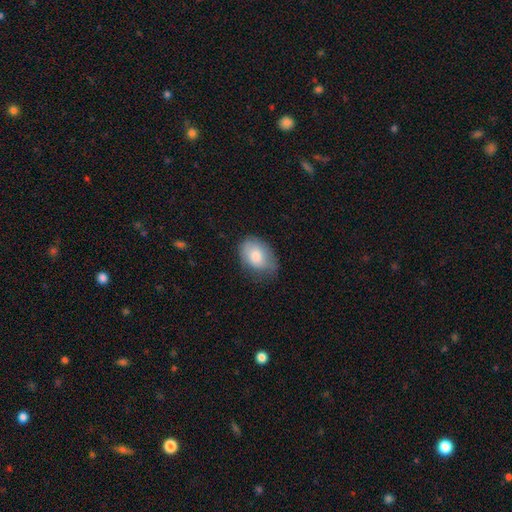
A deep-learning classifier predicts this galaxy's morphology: type=smooth (79%); roundness=in between (82%); merging=none (57%).